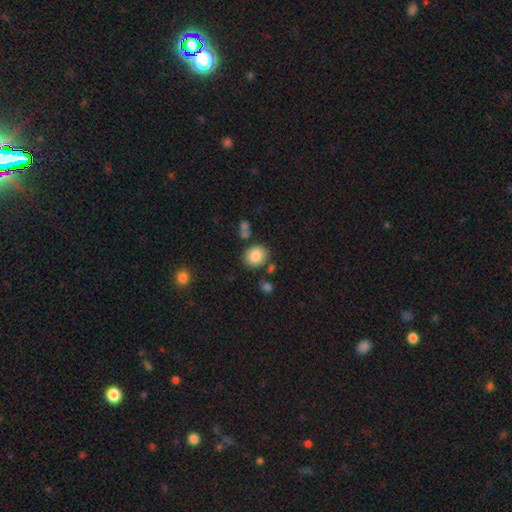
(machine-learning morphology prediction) This is clearly a smooth galaxy (85%). How rounded: likely round (69%). Merging: likely none (77%).